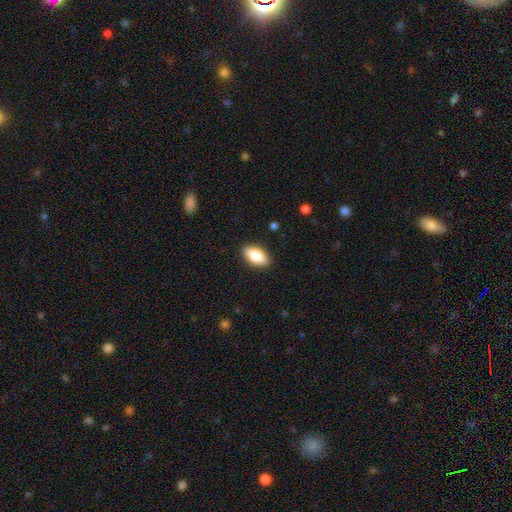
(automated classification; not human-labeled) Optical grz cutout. It shows a smooth galaxy with no disk features (80%) that is in between round and cigar-shaped (89%). Merging: none (88%).